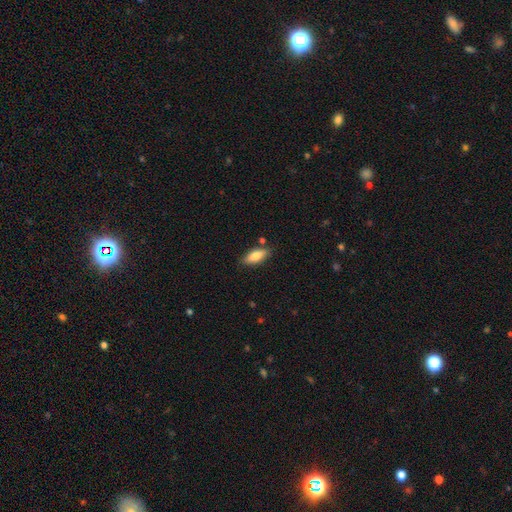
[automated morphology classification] This is likely a smooth galaxy (79%). How rounded: likely in between (77%). Merging: clearly none (81%).